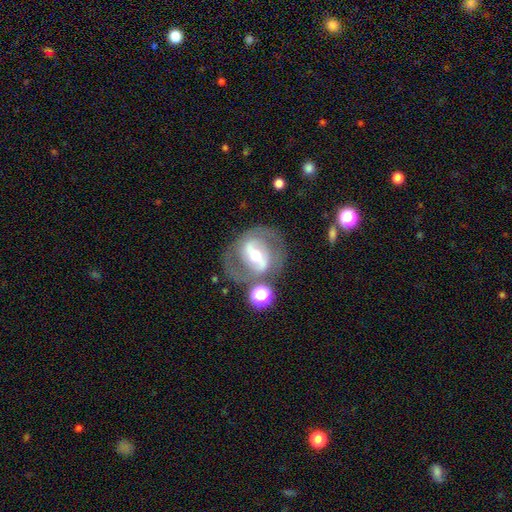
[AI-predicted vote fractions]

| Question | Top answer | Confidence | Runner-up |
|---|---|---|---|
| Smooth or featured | featured or disk | 78% | smooth (14%) |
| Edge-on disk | no | 94% | yes (6%) |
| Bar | strong | 60% | weak (26%) |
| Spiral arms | yes | 73% | no (27%) |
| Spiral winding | medium | 48% | tight (32%) |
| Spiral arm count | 2 | 82% | can't tell (11%) |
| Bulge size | moderate | 58% | small (33%) |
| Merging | none | 67% | minor disturbance (14%) |